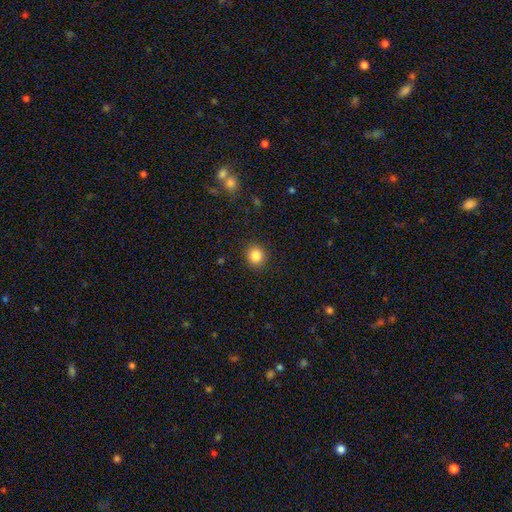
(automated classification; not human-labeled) Smooth or featured? smooth (85%)
How rounded? round (84%)
Merging? none (89%)